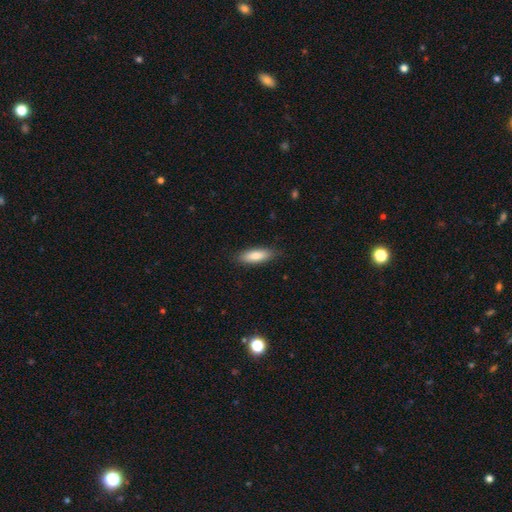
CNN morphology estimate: smooth_or_featured: smooth (p=0.83) [alt: featured or disk p=0.12]
how_rounded: in between (p=0.55) [alt: cigar-shaped p=0.43]
merging: none (p=0.85) [alt: minor disturbance p=0.12]